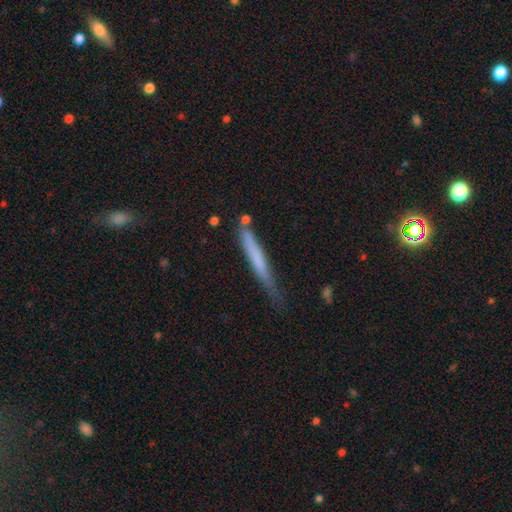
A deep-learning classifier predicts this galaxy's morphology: smooth_or_featured: smooth (p=0.58) [alt: featured or disk p=0.35]
how_rounded: cigar-shaped (p=0.96) [alt: in between p=0.03]
merging: none (p=0.61) [alt: minor disturbance p=0.27]